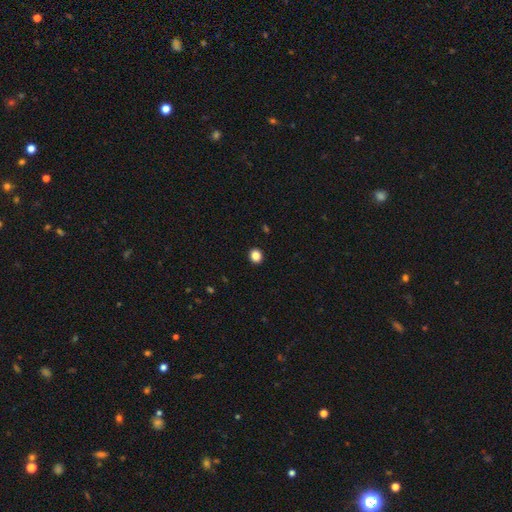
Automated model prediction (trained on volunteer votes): Overall: smooth (86%). How rounded: round (80%). Merging: none (93%).